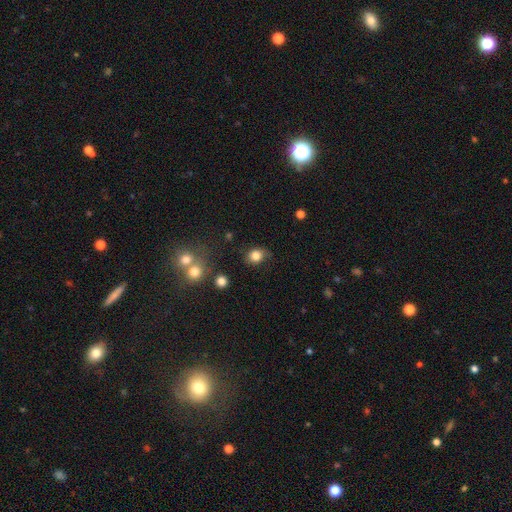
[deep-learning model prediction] smooth_or_featured: smooth (p=0.82) [alt: star or artifact p=0.11]
how_rounded: round (p=0.58) [alt: in between p=0.41]
merging: none (p=0.69) [alt: minor disturbance p=0.22]